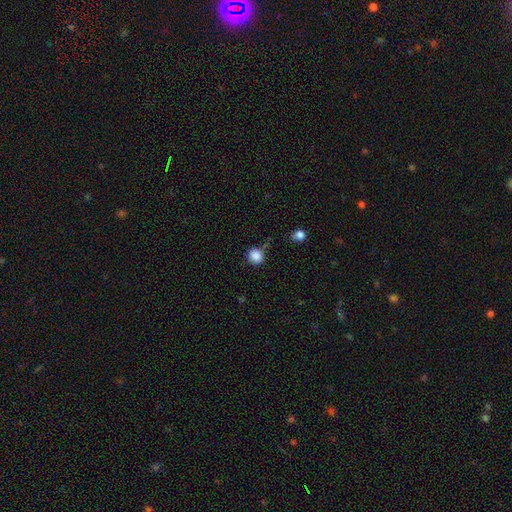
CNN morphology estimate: smooth 87%, star or artifact 10%, featured or disk 3%. Down the decision tree: how rounded — round (88%); merging — none (82%).